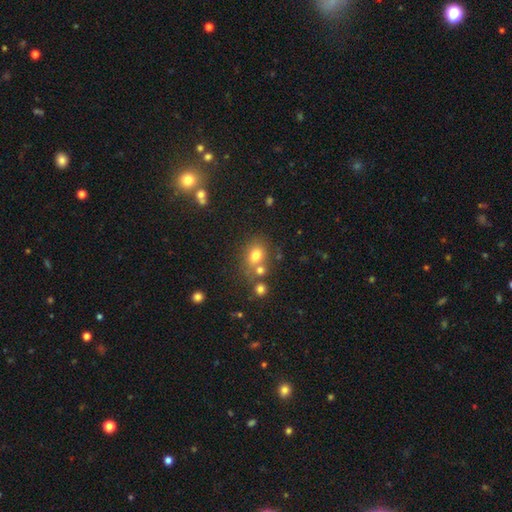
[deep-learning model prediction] Smooth or featured?
  - smooth: 74% *
  - star or artifact: 14%
  - featured or disk: 12%
How rounded?
  - round: 53% *
  - in between: 46%
  - cigar-shaped: 1%
Merging?
  - none: 57% *
  - merger: 26%
  - minor disturbance: 12%
  - major disturbance: 5%